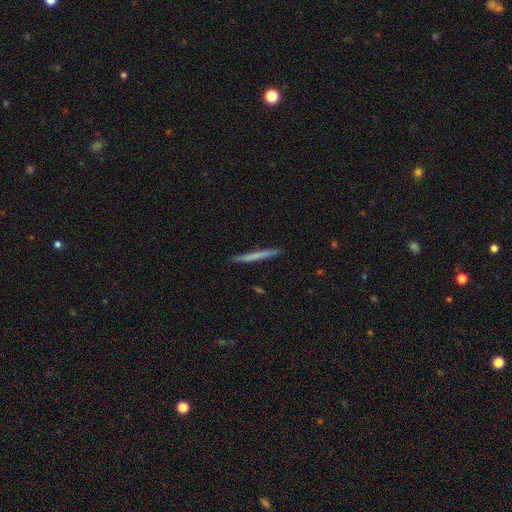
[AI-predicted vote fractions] Q: Smooth or featured?
A: smooth (60%); runner-up: featured or disk (34%)
Q: How rounded?
A: cigar-shaped (97%); runner-up: in between (2%)
Q: Merging?
A: none (92%); runner-up: minor disturbance (6%)